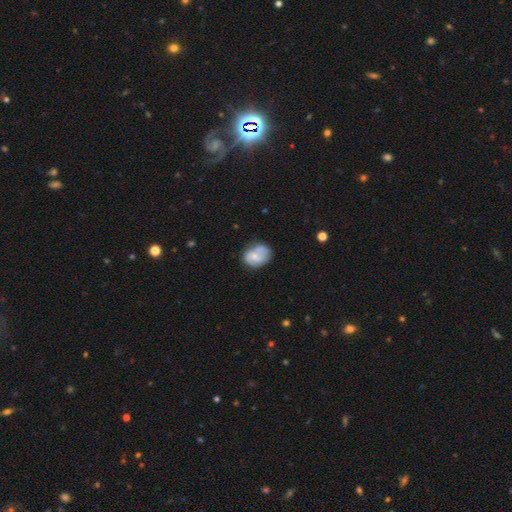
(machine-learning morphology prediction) smooth 58%, featured or disk 34%, star or artifact 7%. Down the decision tree: how rounded — in between (64%); merging — none (52%).